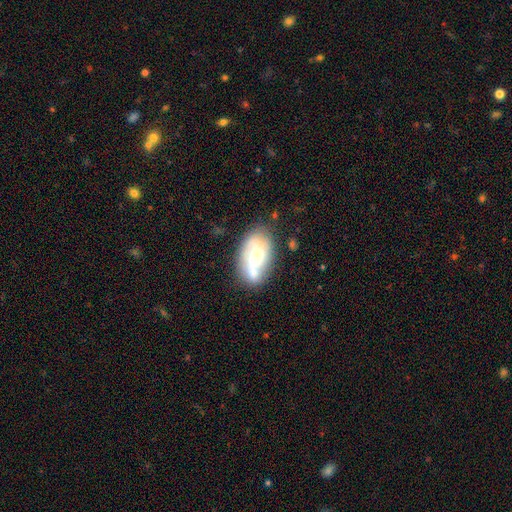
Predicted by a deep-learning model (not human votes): Q: Smooth or featured?
A: featured or disk (45%); runner-up: smooth (44%)
Q: Merging?
A: none (55%); runner-up: minor disturbance (19%)